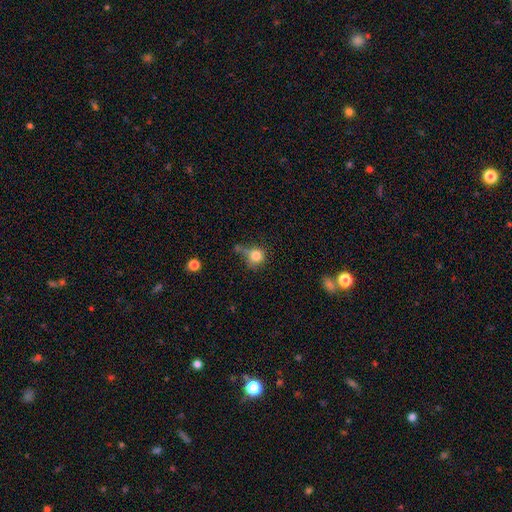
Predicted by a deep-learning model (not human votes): smooth_or_featured: smooth (p=0.81) [alt: star or artifact p=0.11]
how_rounded: round (p=0.86) [alt: in between p=0.13]
merging: none (p=0.48) [alt: minor disturbance p=0.24]